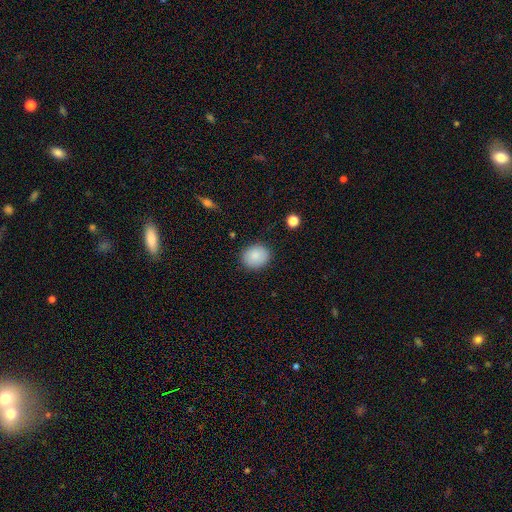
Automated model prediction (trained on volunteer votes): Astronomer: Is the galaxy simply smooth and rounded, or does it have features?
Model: smooth — 87%.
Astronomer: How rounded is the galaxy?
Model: round — 65%.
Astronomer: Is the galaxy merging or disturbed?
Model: none — 88%.